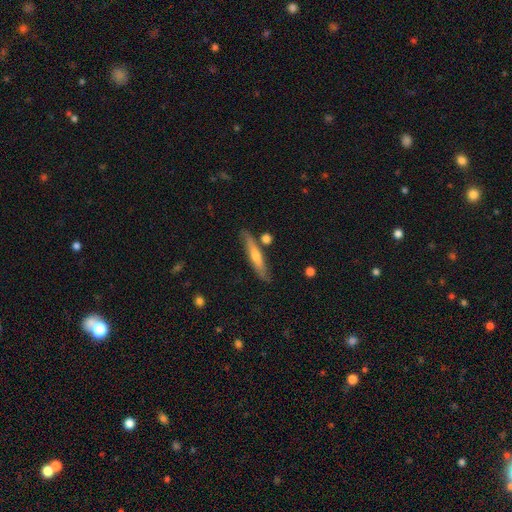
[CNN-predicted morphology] smooth-or-featured: featured or disk: 54% | smooth: 39% | star or artifact: 7%
  disk-edge-on: yes: 91% | no: 9%
  merging: none: 82% | minor disturbance: 11% | merger: 5% | major disturbance: 2%